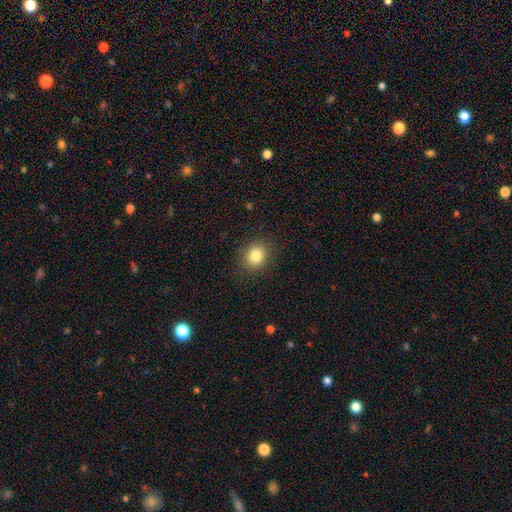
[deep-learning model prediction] smooth_or_featured: smooth (p=0.82) [alt: star or artifact p=0.11]
how_rounded: round (p=0.64) [alt: in between p=0.36]
merging: none (p=0.88) [alt: minor disturbance p=0.09]